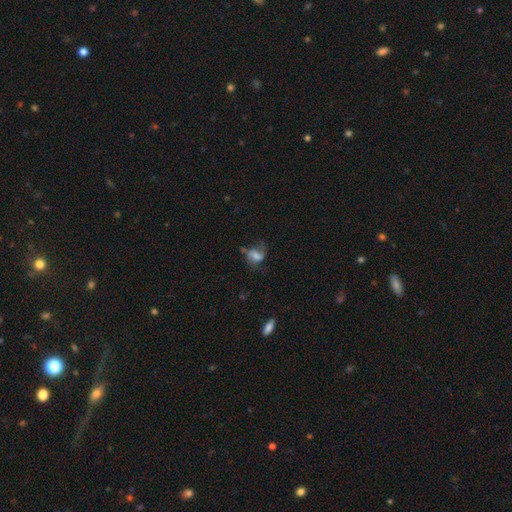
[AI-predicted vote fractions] This is possibly a featured or disk galaxy (49%). Merging: marginally none (44%).